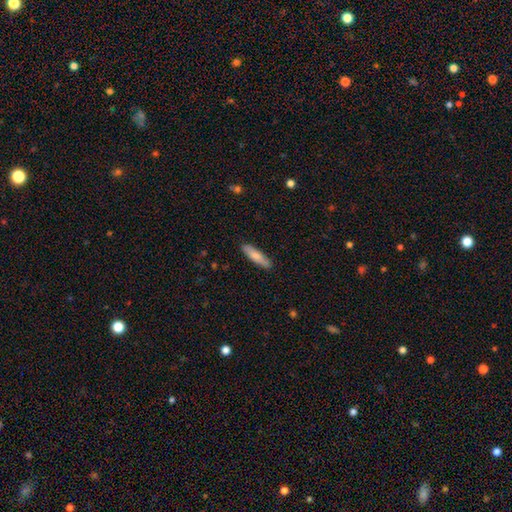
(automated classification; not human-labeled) smooth 80%, featured or disk 15%, star or artifact 5%. Down the decision tree: how rounded — cigar-shaped (72%); merging — none (89%).